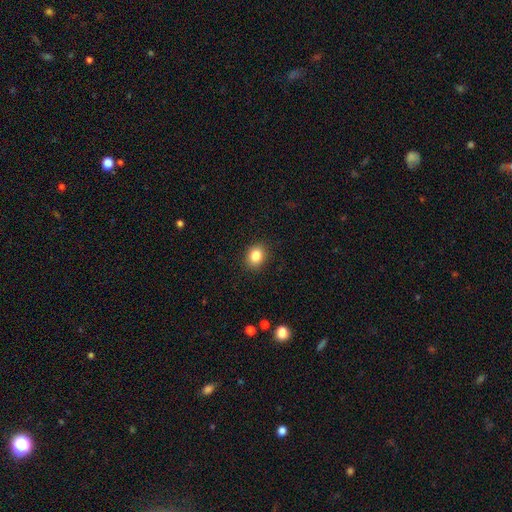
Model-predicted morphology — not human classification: Smooth or featured? smooth (84%)
How rounded? round (56%)
Merging? none (90%)